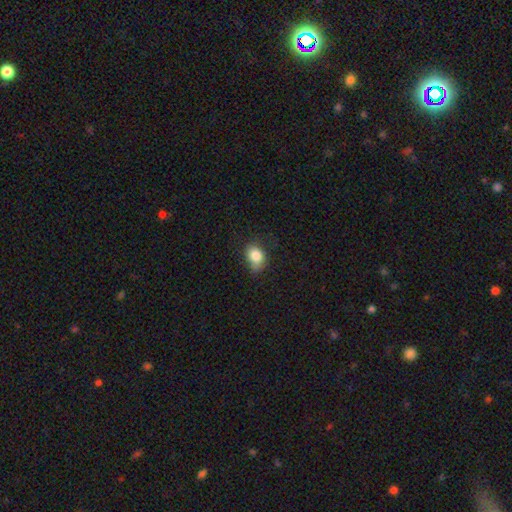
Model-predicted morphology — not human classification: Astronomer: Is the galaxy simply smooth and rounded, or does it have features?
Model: smooth — 84%.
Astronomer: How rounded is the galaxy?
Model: in between — 57% (runner-up: round, 42%).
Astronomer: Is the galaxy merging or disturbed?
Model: none — 58%.